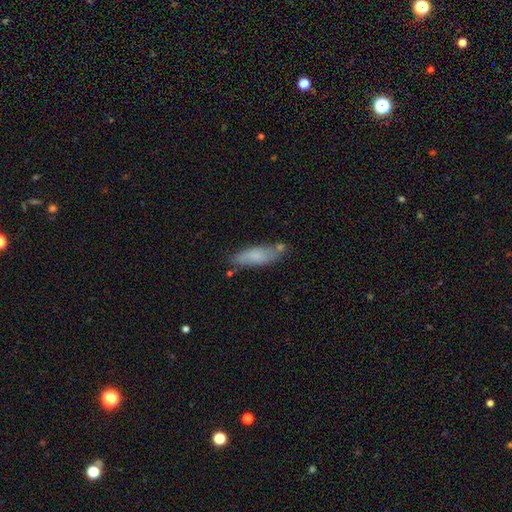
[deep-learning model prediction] Smooth or featured? Predicted: smooth (p=0.75). How rounded? Predicted: cigar-shaped (p=0.51). Merging? Predicted: none (p=0.64).